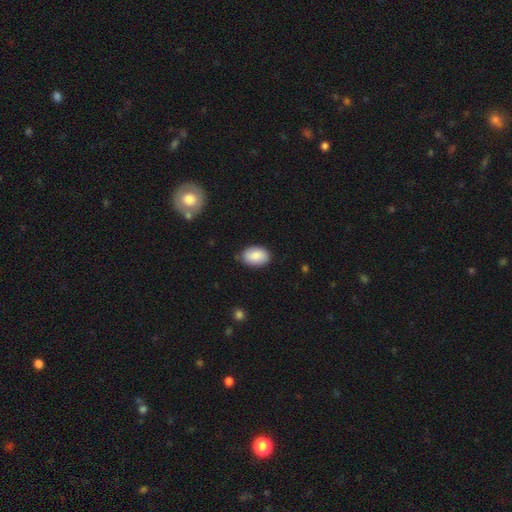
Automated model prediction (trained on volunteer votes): smooth-or-featured: smooth: 87% | star or artifact: 6% | featured or disk: 6%
  how-rounded: in between: 84% | round: 15% | cigar-shaped: 1%
  merging: none: 78% | minor disturbance: 18% | major disturbance: 3% | merger: 1%